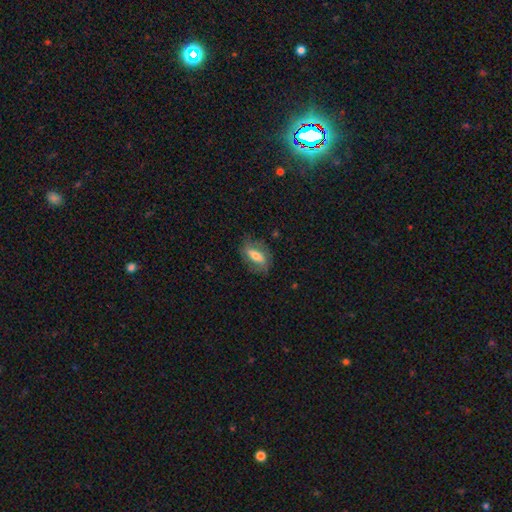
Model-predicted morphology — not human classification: Q: Smooth or featured?
A: featured or disk (48%); runner-up: smooth (44%)
Q: Merging?
A: none (72%); runner-up: minor disturbance (19%)